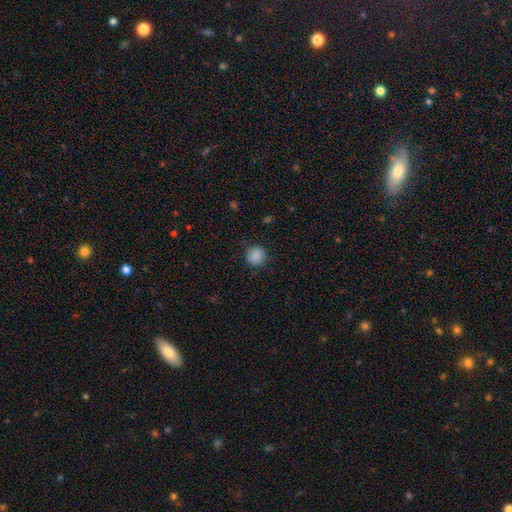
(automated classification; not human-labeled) This is clearly a smooth galaxy (88%). How rounded: clearly round (93%). Merging: clearly none (88%).